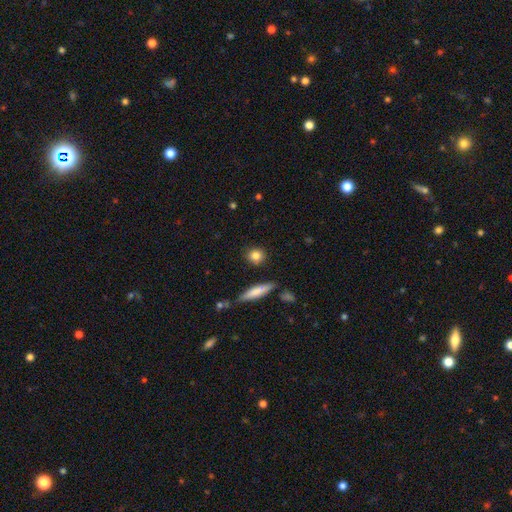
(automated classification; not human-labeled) smooth_or_featured: smooth (p=0.83) [alt: featured or disk p=0.08]
how_rounded: round (p=0.72) [alt: in between p=0.21]
merging: none (p=0.86) [alt: minor disturbance p=0.09]